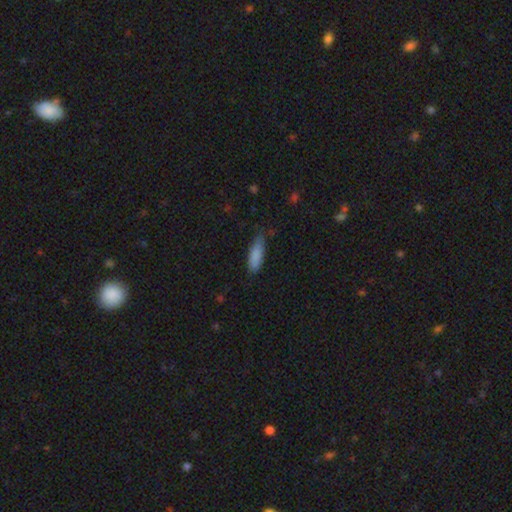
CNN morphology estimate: smooth_or_featured: smooth (p=0.86) [alt: featured or disk p=0.07]
how_rounded: in between (p=0.52) [alt: cigar-shaped p=0.46]
merging: none (p=0.67) [alt: minor disturbance p=0.27]